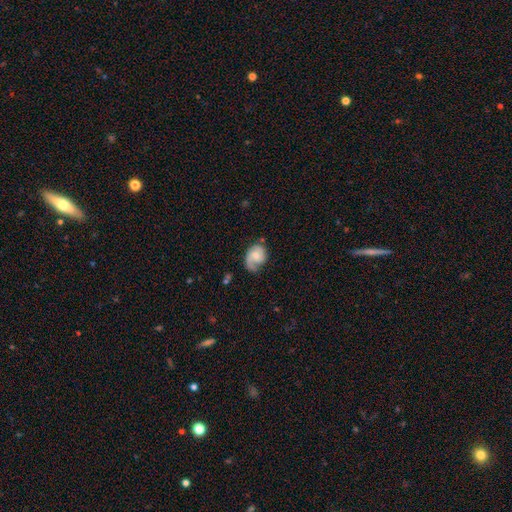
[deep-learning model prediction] Smooth or featured?
  - featured or disk: 68% *
  - smooth: 26%
  - star or artifact: 7%
Edge-on disk?
  - no: 97% *
  - yes: 3%
Bar?
  - no: 66% *
  - weak: 29%
  - strong: 5%
Spiral arms?
  - yes: 92% *
  - no: 8%
Spiral winding?
  - medium: 41% *
  - tight: 34%
  - loose: 25%
Spiral arm count?
  - 2: 47% *
  - 1: 42%
  - can't tell: 8%
  - 3: 2%
  - 4: 1%
  - more than 4: 1%
Bulge size?
  - moderate: 48% *
  - small: 44%
  - none: 4%
  - large: 3%
  - dominant: 1%
Merging?
  - none: 54% *
  - minor disturbance: 28%
  - major disturbance: 16%
  - merger: 3%